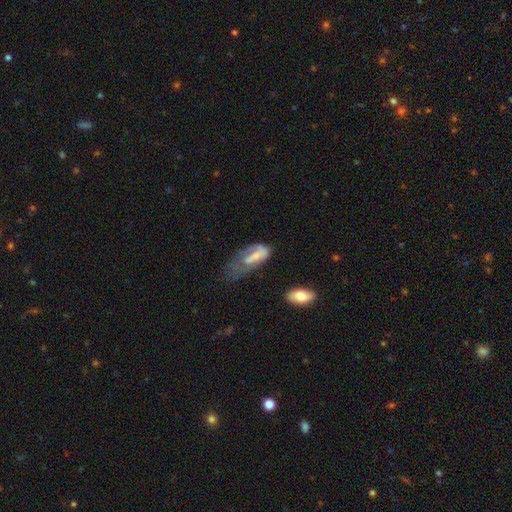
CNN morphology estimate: Smooth or featured? Predicted: smooth (p=0.50). Merging? Predicted: major disturbance (p=0.49).